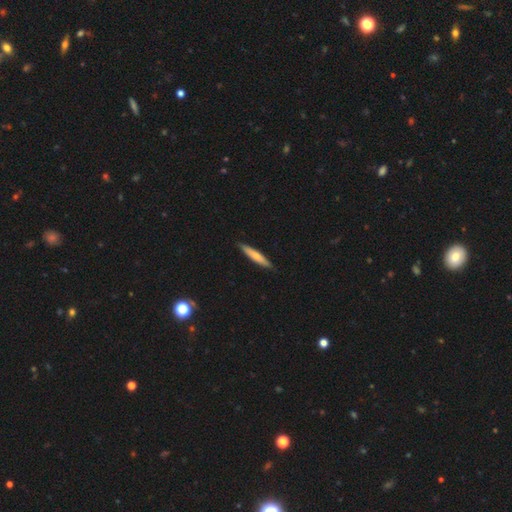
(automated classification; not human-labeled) smooth-or-featured: smooth: 64% | featured or disk: 30% | star or artifact: 5%
  how-rounded: cigar-shaped: 91% | in between: 8% | round: 1%
  merging: none: 89% | minor disturbance: 8% | major disturbance: 1% | merger: 1%